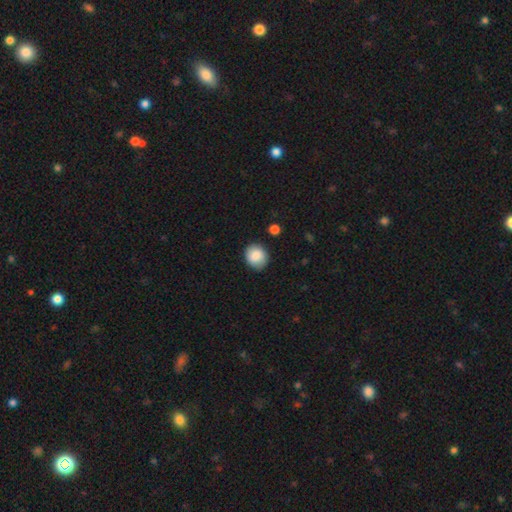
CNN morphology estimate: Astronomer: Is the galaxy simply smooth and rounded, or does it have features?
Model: smooth — 85%.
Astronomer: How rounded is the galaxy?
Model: round — 73%.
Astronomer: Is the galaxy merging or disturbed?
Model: none — 84%.